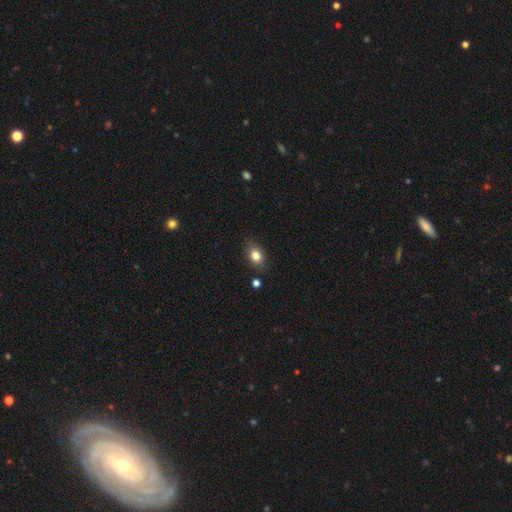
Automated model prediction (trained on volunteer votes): Smooth or featured?
  - smooth: 80% *
  - star or artifact: 10%
  - featured or disk: 10%
How rounded?
  - in between: 70% *
  - round: 28%
  - cigar-shaped: 2%
Merging?
  - none: 80% *
  - minor disturbance: 14%
  - major disturbance: 3%
  - merger: 3%